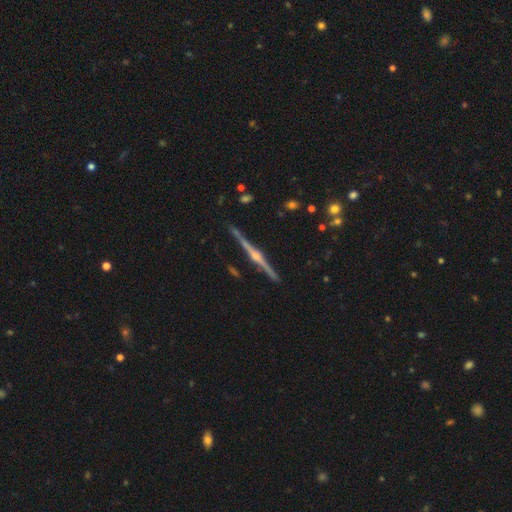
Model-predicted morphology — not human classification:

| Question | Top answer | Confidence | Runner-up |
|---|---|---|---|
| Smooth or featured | featured or disk | 89% | smooth (6%) |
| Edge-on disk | yes | 99% | no (1%) |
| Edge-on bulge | rounded | 90% | boxy (5%) |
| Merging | none | 91% | minor disturbance (6%) |